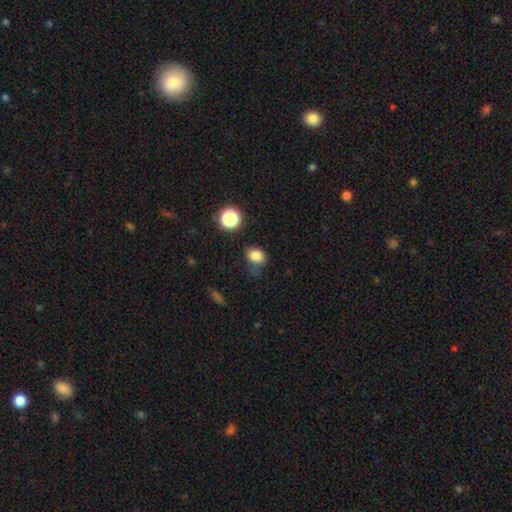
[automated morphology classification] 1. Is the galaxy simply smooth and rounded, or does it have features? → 81% smooth, 13% star or artifact, 6% featured or disk.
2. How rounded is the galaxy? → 53% in between, 46% round, 1% cigar-shaped.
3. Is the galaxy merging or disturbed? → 56% none, 29% minor disturbance, 11% major disturbance, 3% merger.